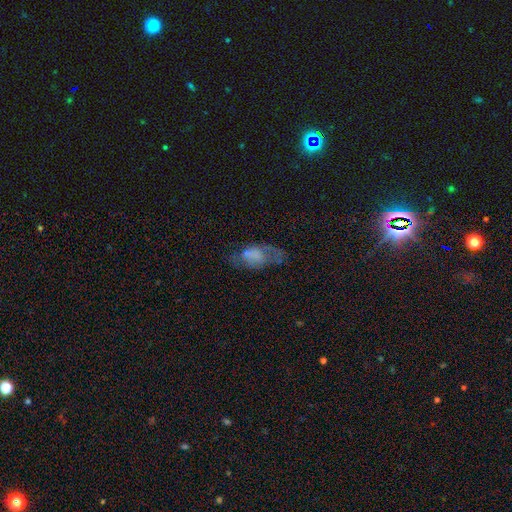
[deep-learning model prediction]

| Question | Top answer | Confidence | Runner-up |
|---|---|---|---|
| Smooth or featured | smooth | 50% | featured or disk (38%) |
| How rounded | in between | 86% | cigar-shaped (8%) |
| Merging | none | 45% | major disturbance (26%) |